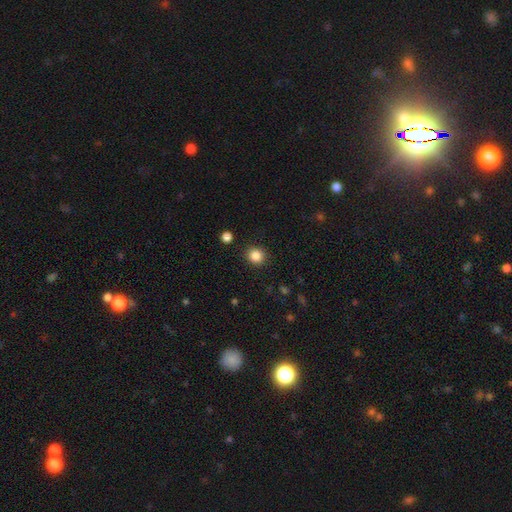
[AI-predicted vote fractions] Morphology: type=smooth (85%); roundness=round (88%); merging=none (90%).